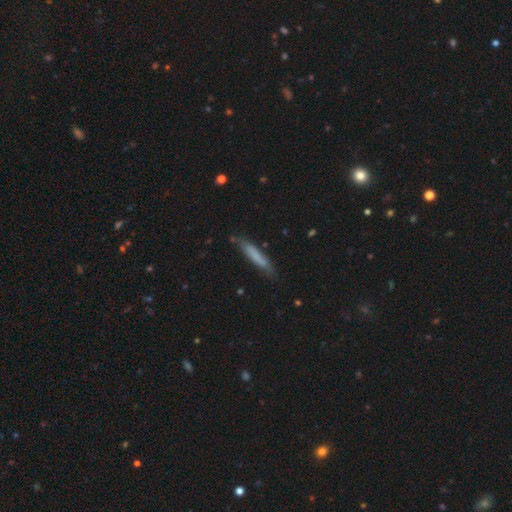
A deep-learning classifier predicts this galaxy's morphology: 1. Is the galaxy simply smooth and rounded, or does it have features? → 71% smooth, 22% featured or disk, 6% star or artifact.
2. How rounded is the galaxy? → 91% cigar-shaped, 8% in between, 1% round.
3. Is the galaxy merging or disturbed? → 76% none, 18% minor disturbance, 4% major disturbance, 2% merger.